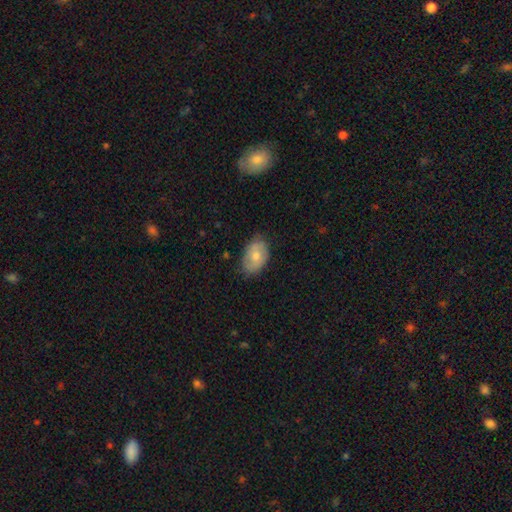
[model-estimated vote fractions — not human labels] Q: Smooth or featured?
A: smooth (67%); runner-up: featured or disk (27%)
Q: How rounded?
A: in between (89%); runner-up: round (10%)
Q: Merging?
A: none (75%); runner-up: minor disturbance (20%)